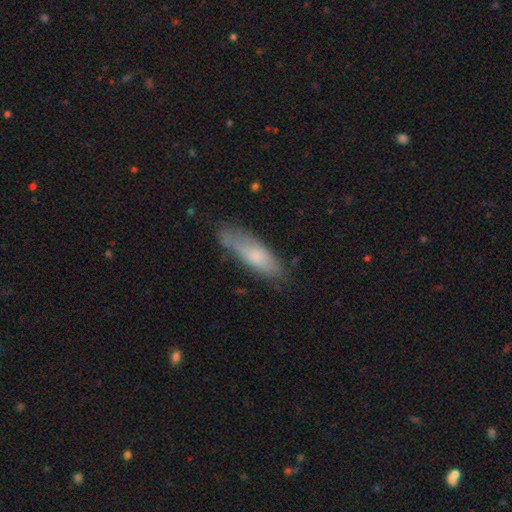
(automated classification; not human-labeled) Morphology: type=smooth (71%); roundness=cigar-shaped (53%); merging=none (61%).